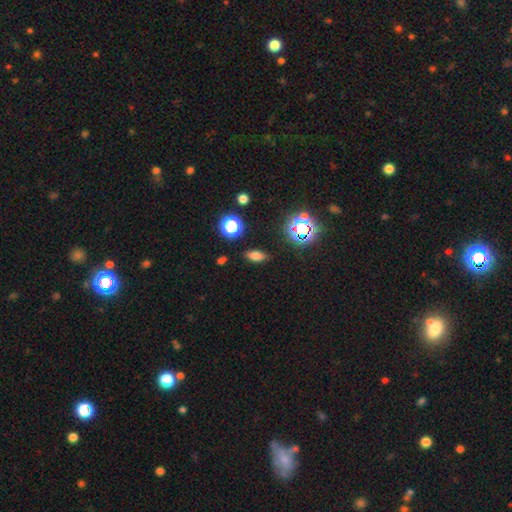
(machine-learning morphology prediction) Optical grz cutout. It shows a smooth galaxy with no disk features (69%) that is in between round and cigar-shaped (76%). Merging: none (86%).